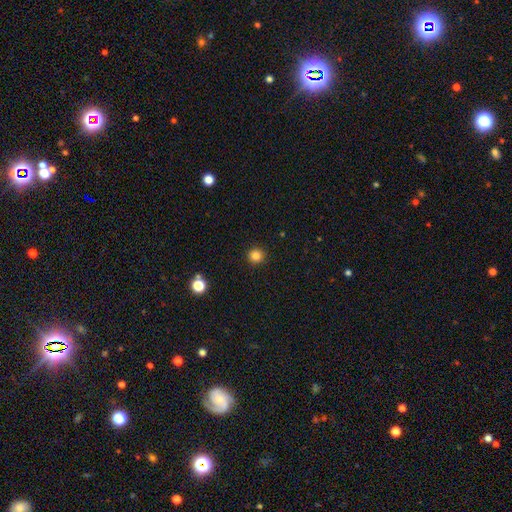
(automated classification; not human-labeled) smooth-or-featured: smooth: 84% | star or artifact: 12% | featured or disk: 4%
  how-rounded: round: 94% | in between: 5% | cigar-shaped: 1%
  merging: none: 92% | minor disturbance: 5% | major disturbance: 2% | merger: 1%